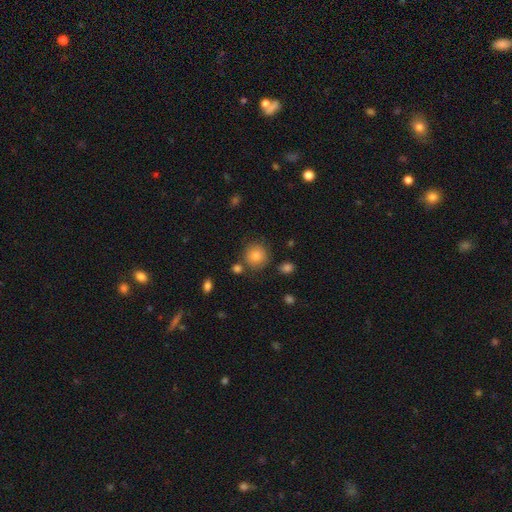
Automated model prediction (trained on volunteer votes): A smooth galaxy with no disk features (83%) that is round (91%).

Vote fractions:
- Smooth or featured? smooth: 83% / star or artifact: 10% / featured or disk: 8%
- How rounded? round: 91% / in between: 8% / cigar-shaped: 1%
- Merging? none: 79% / minor disturbance: 11% / merger: 7% / major disturbance: 4%